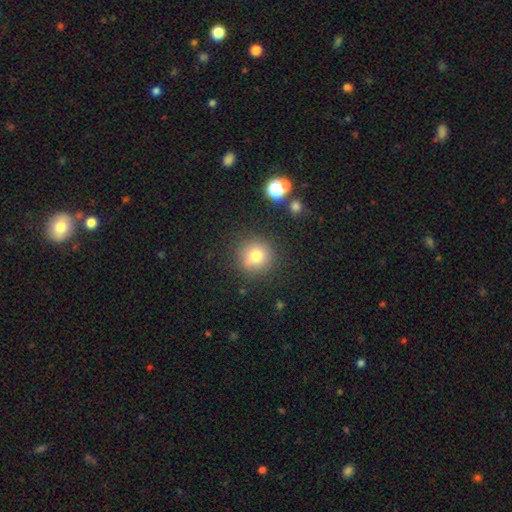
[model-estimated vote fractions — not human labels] Morphology: type=smooth (75%); roundness=round (93%); merging=none (83%).